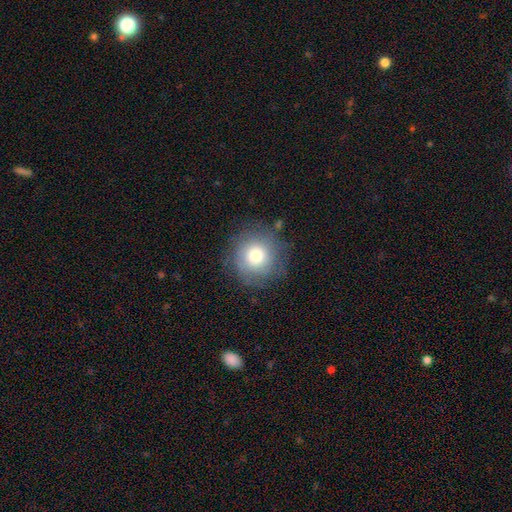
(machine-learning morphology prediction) Smooth or featured: smooth — 71% (featured or disk — 19%)
How rounded: round — 93% (in between — 6%)
Merging: none — 79% (minor disturbance — 14%)